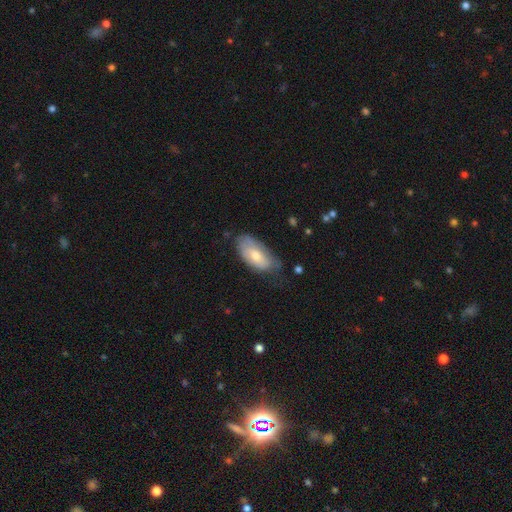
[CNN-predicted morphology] smooth_or_featured: smooth (p=0.64) [alt: featured or disk p=0.30]
how_rounded: in between (p=0.91) [alt: cigar-shaped p=0.06]
merging: none (p=0.51) [alt: minor disturbance p=0.36]